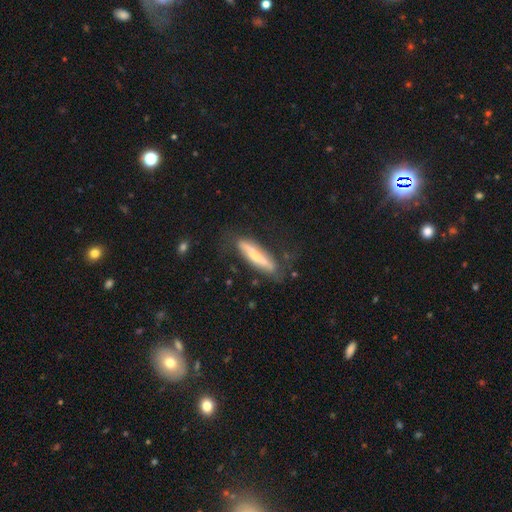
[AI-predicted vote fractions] Q: Smooth or featured?
A: featured or disk (51%); runner-up: smooth (43%)
Q: Edge-on disk?
A: yes (66%); runner-up: no (34%)
Q: Merging?
A: none (66%); runner-up: minor disturbance (21%)